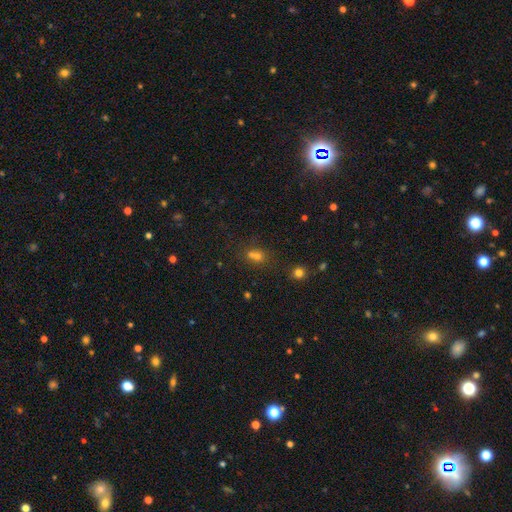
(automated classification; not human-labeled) This is possibly a smooth galaxy (56%). How rounded: possibly round (54%). Merging: possibly none (50%).